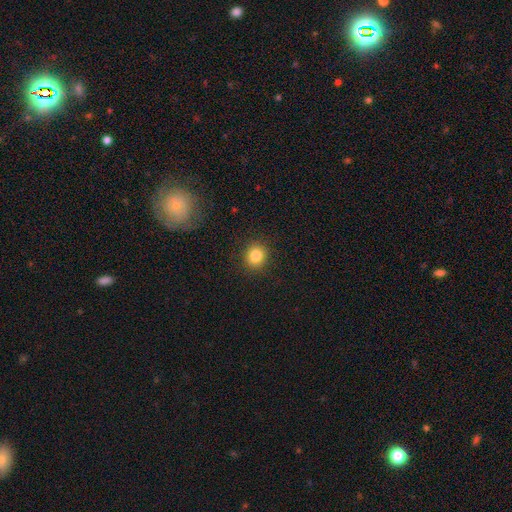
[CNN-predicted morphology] This is clearly a smooth galaxy (83%). How rounded: clearly round (84%). Merging: clearly none (90%).